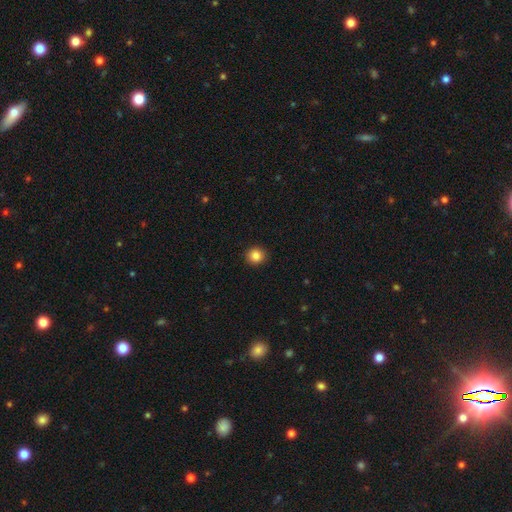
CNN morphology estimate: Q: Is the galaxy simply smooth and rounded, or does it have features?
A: smooth — 86%.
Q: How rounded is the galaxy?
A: round — 92%.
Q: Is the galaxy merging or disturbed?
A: none — 92%.